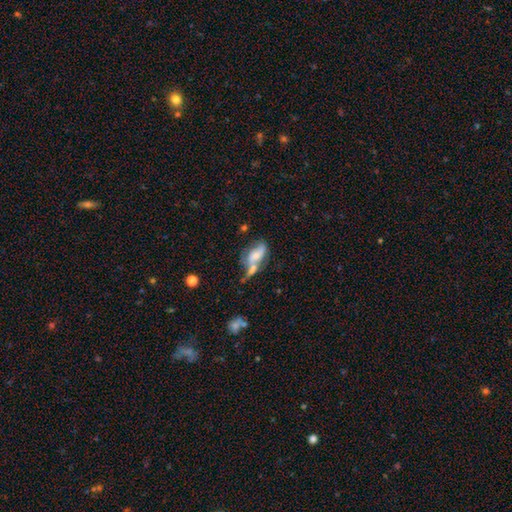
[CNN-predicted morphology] type=smooth (46%); merging=merger (43%).